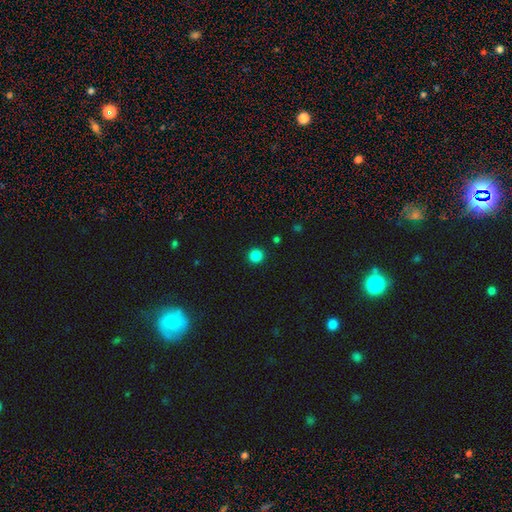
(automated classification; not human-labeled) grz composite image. It shows a smooth galaxy with no disk features (85%) that is round (94%). Merging: none (92%).